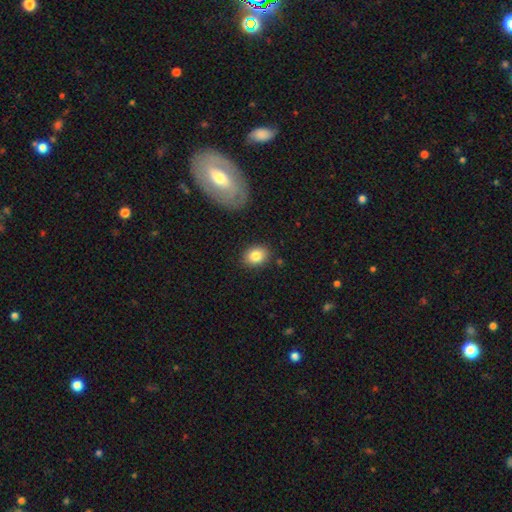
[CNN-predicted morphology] smooth 83%, star or artifact 8%, featured or disk 8%. Down the decision tree: how rounded — in between (57%); merging — none (85%).